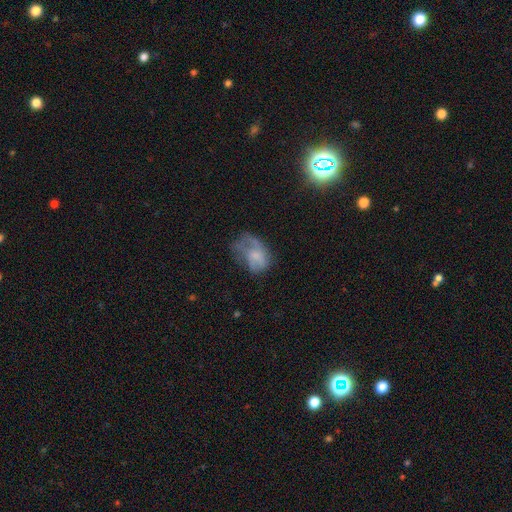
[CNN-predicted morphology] Q: Smooth or featured?
A: smooth (50%); runner-up: featured or disk (39%)
Q: Merging?
A: major disturbance (43%); runner-up: minor disturbance (28%)